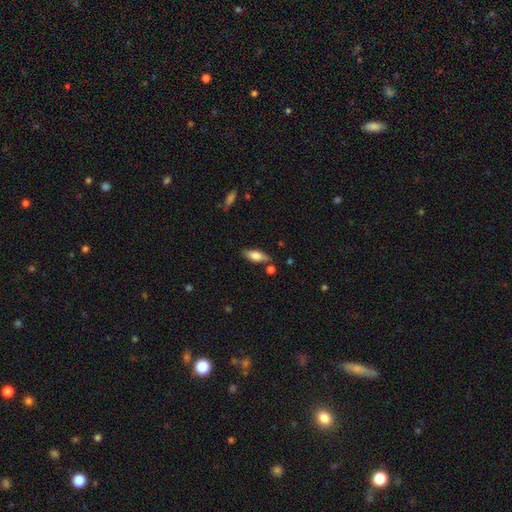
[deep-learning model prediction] This appears to be a smooth galaxy with no disk features (74%) that is in between round and cigar-shaped (70%). Merging: none (74%).